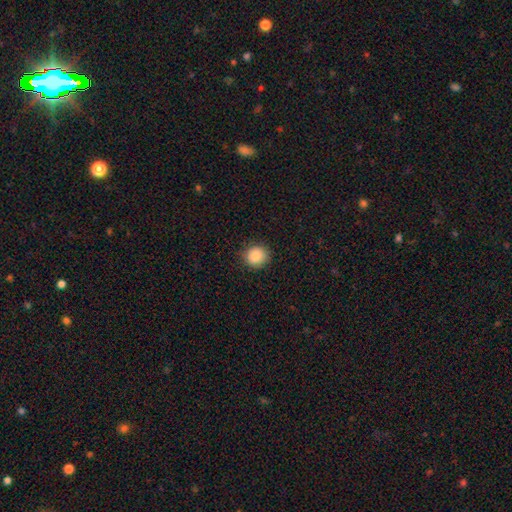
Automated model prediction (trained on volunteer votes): smooth-or-featured: smooth: 87% | star or artifact: 9% | featured or disk: 4%
  how-rounded: round: 89% | in between: 10% | cigar-shaped: 1%
  merging: none: 89% | minor disturbance: 8% | major disturbance: 2% | merger: 1%